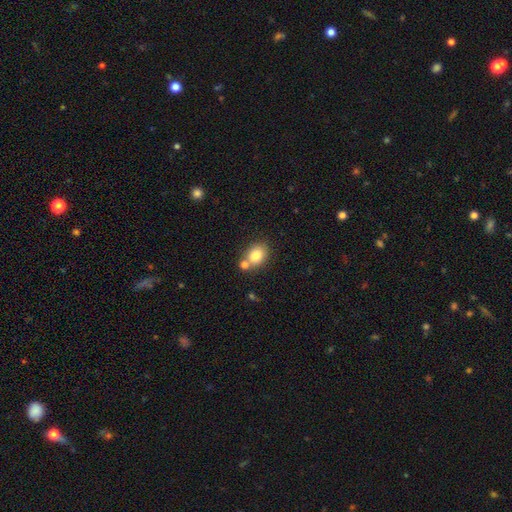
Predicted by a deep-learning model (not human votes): This appears to be a smooth galaxy with no disk features (81%) that is in between round and cigar-shaped (55%). Merging: none (59%).